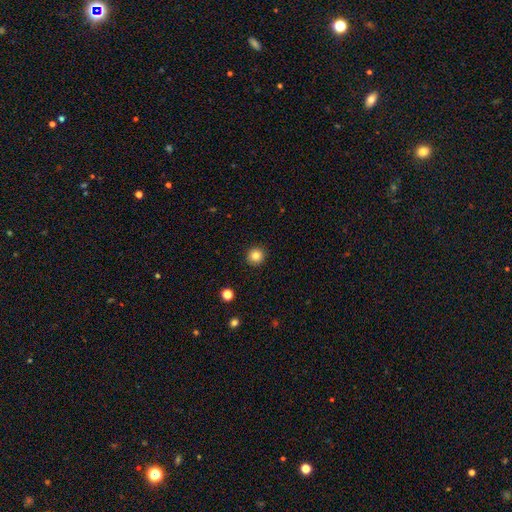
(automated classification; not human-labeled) Smooth or featured: smooth — 83% (star or artifact — 11%)
How rounded: round — 94% (in between — 6%)
Merging: none — 93% (minor disturbance — 5%)